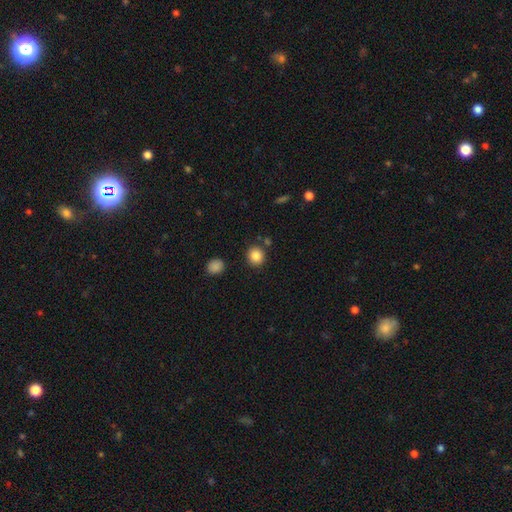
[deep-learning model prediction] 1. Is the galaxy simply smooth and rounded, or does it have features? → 86% smooth, 10% star or artifact, 4% featured or disk.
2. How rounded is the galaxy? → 86% round, 13% in between, 1% cigar-shaped.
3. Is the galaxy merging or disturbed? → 84% none, 8% minor disturbance, 5% merger, 3% major disturbance.